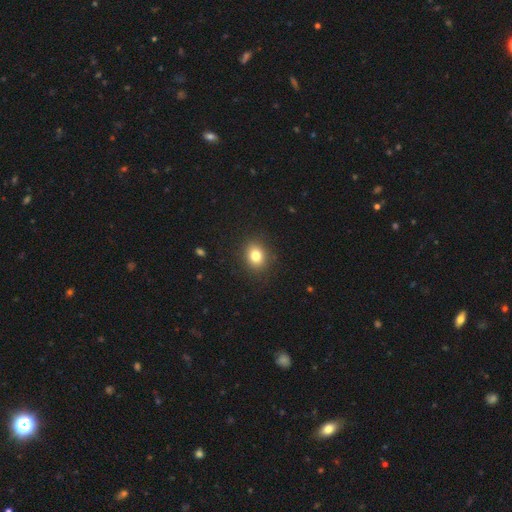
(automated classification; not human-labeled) smooth 81%, star or artifact 11%, featured or disk 8%. Down the decision tree: how rounded — round (53%); merging — none (88%).